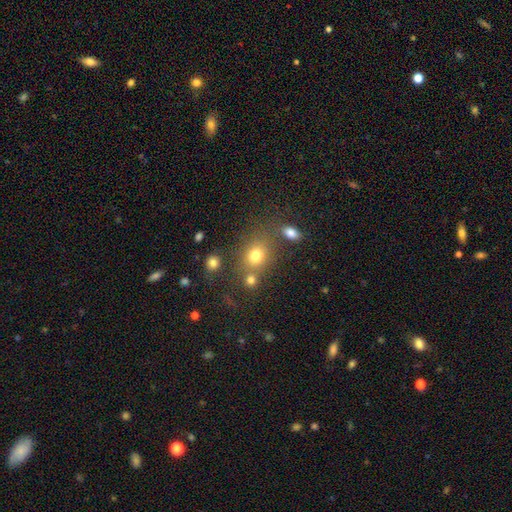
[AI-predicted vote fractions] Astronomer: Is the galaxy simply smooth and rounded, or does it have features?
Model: smooth — 74%.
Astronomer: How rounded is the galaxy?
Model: round — 58% (runner-up: in between, 41%).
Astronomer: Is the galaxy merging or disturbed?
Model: none — 62%.